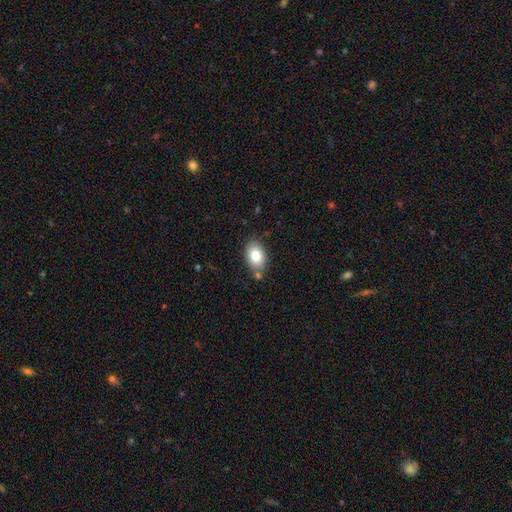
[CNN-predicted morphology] Smooth or featured? Predicted: smooth (p=0.81). How rounded? Predicted: in between (p=0.86). Merging? Predicted: none (p=0.77).